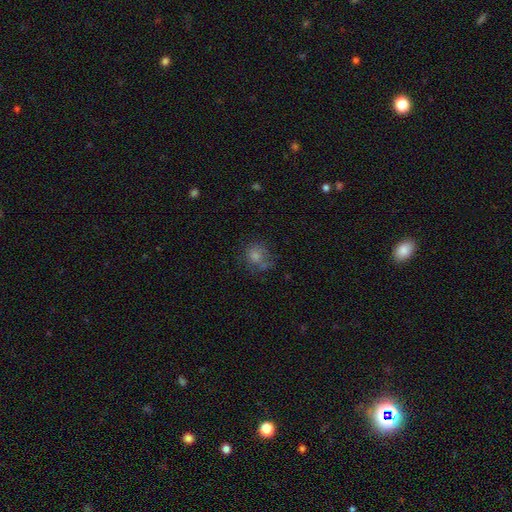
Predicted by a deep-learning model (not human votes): Q: Smooth or featured?
A: smooth (61%); runner-up: star or artifact (22%)
Q: How rounded?
A: round (79%); runner-up: in between (20%)
Q: Merging?
A: none (63%); runner-up: minor disturbance (20%)